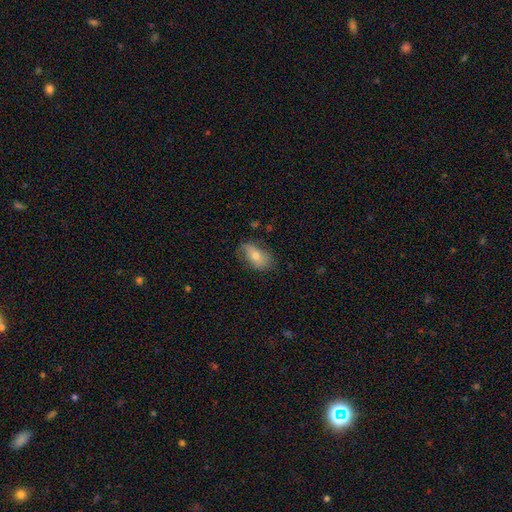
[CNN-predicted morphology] smooth_or_featured: smooth (p=0.62) [alt: featured or disk p=0.29]
how_rounded: in between (p=0.88) [alt: round p=0.08]
merging: none (p=0.66) [alt: minor disturbance p=0.26]